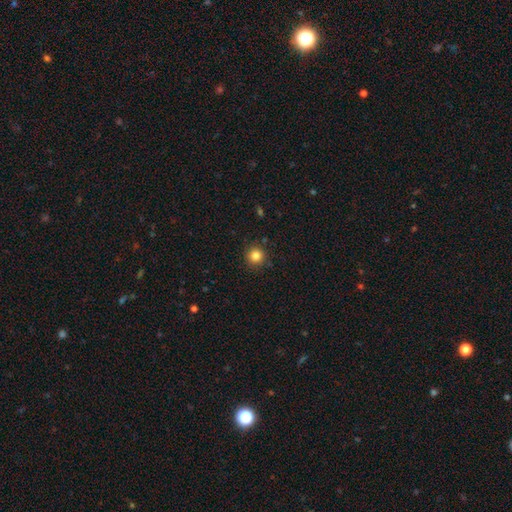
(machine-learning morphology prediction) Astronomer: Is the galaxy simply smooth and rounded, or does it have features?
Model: smooth — 84%.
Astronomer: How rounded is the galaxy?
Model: round — 95%.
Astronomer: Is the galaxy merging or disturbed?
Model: none — 90%.